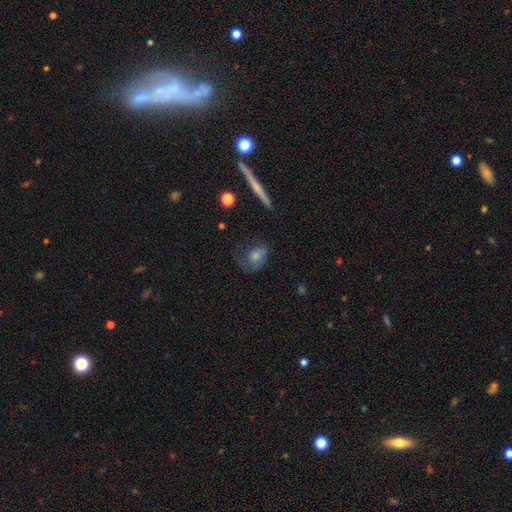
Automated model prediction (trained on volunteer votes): A smooth galaxy with no disk features (48%).

Vote fractions:
- Smooth or featured? smooth: 48% / featured or disk: 41% / star or artifact: 11%
- Merging? none: 49% / minor disturbance: 26% / major disturbance: 23% / merger: 3%